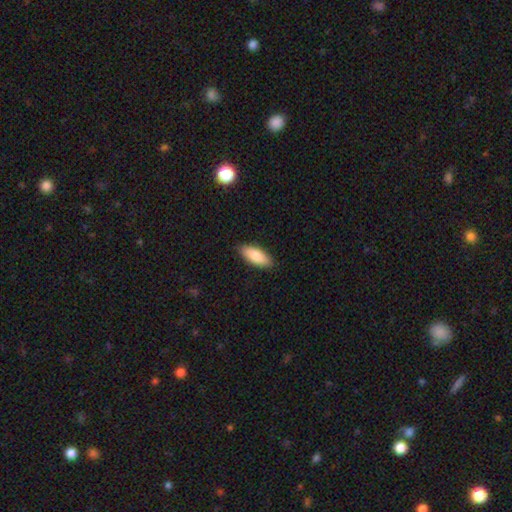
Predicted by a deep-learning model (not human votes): Overall: smooth (82%). How rounded: in between (79%). Merging: none (88%).